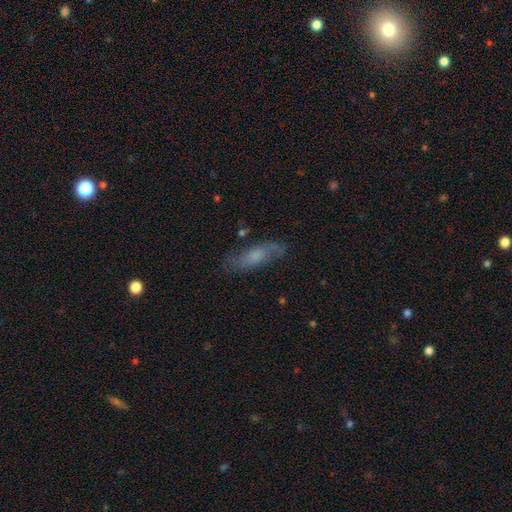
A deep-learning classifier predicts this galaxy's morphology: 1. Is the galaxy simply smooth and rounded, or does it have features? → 49% featured or disk, 42% smooth, 9% star or artifact.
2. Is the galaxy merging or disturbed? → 71% none, 20% minor disturbance, 7% major disturbance, 2% merger.